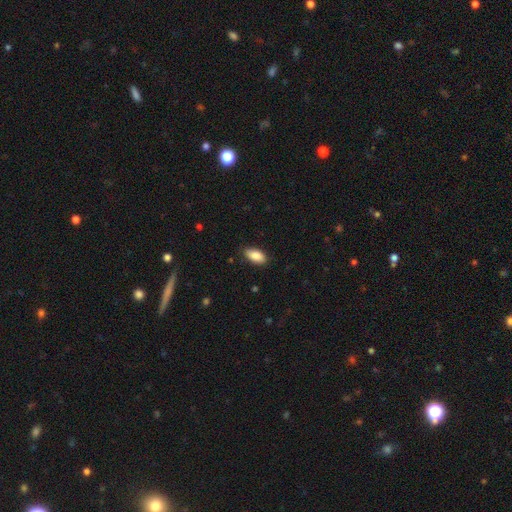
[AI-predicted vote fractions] Q: Smooth or featured?
A: smooth (88%); runner-up: star or artifact (7%)
Q: How rounded?
A: in between (92%); runner-up: cigar-shaped (5%)
Q: Merging?
A: none (82%); runner-up: minor disturbance (15%)